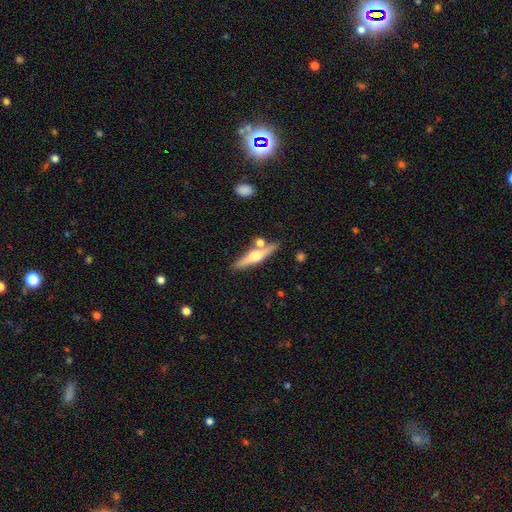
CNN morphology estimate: A featured or disk galaxy (66%) viewed edge-on (96%) with a rounded central bulge (93%). Merging: none (77%).